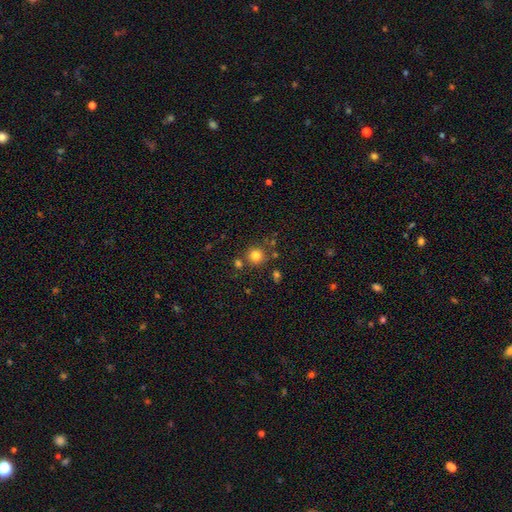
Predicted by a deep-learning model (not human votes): smooth-or-featured: smooth: 80% | star or artifact: 14% | featured or disk: 6%
  how-rounded: round: 92% | in between: 7% | cigar-shaped: 1%
  merging: none: 78% | merger: 10% | minor disturbance: 9% | major disturbance: 3%